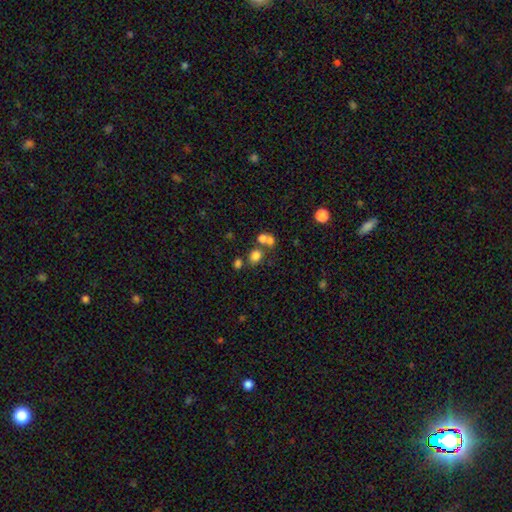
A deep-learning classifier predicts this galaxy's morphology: Smooth or featured? smooth (74%)
How rounded? round (66%)
Merging? none (55%)